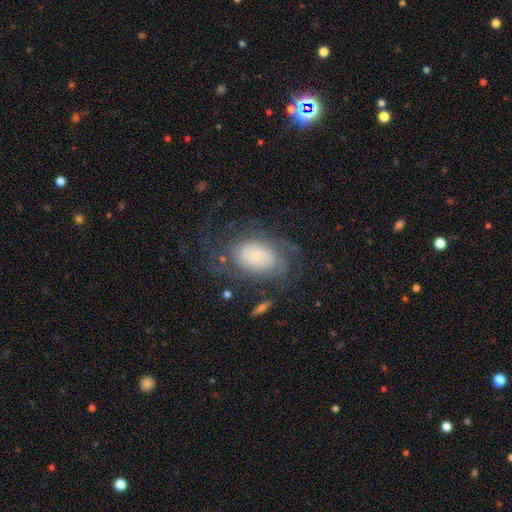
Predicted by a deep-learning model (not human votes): The model was most divided on "spiral winding": tight: 47%, medium: 34%, loose: 18%. Remaining: edge-on disk — no (96%); spiral arms — yes (84%); bar — no (74%); smooth or featured — featured or disk (63%); merging — none (55%); bulge size — small (50%); spiral arm count — can't tell (49%).